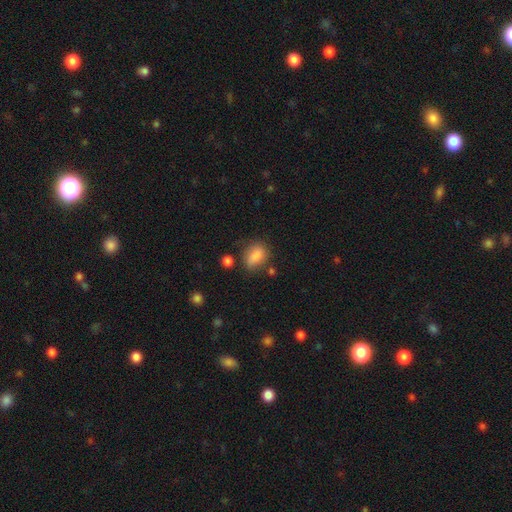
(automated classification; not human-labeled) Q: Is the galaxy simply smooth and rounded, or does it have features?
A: smooth — 84%.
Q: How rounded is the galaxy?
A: in between — 77%.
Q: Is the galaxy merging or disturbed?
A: none — 63%.